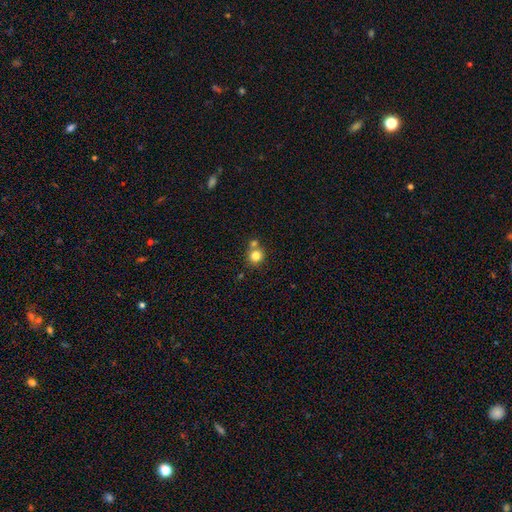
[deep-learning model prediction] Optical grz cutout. It shows a smooth galaxy with no disk features (81%) that is round (87%). Merging: none (58%).